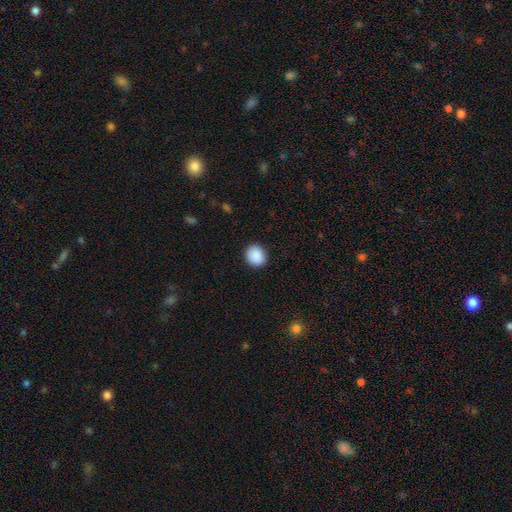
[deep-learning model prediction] Smooth or featured? smooth (90%)
How rounded? round (78%)
Merging? none (91%)